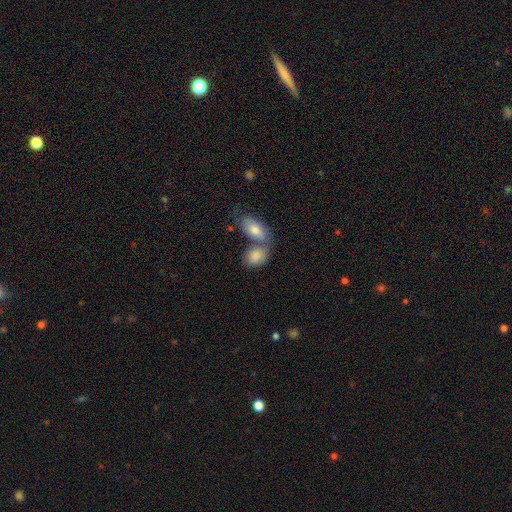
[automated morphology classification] Smooth or featured?
  - smooth: 83% *
  - featured or disk: 10%
  - star or artifact: 6%
How rounded?
  - in between: 85% *
  - round: 12%
  - cigar-shaped: 2%
Merging?
  - merger: 53% *
  - none: 33%
  - minor disturbance: 10%
  - major disturbance: 4%